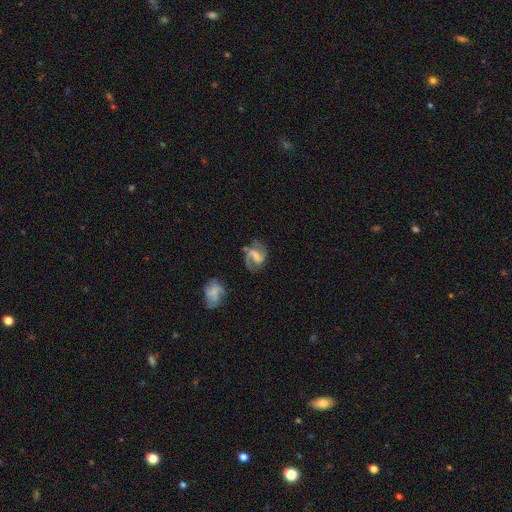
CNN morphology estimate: Smooth or featured? Predicted: featured or disk (p=0.77). Edge-on disk? Predicted: no (p=0.98). Bar? Predicted: weak (p=0.45). Spiral arms? Predicted: yes (p=0.92). Spiral winding? Predicted: medium (p=0.47). Spiral arm count? Predicted: 2 (p=0.79). Bulge size? Predicted: none (p=0.44). Merging? Predicted: none (p=0.58).